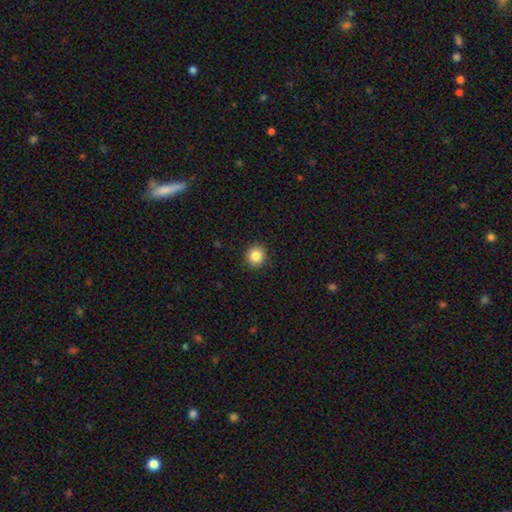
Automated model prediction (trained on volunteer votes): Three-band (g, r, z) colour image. It shows a smooth galaxy with no disk features (84%) that is round (92%). Merging: none (92%).